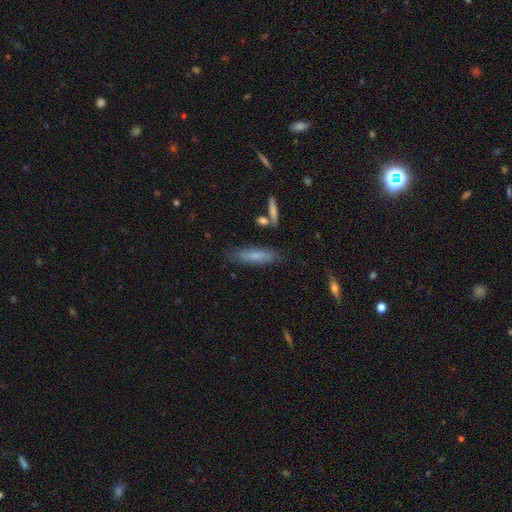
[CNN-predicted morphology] smooth_or_featured: smooth (p=0.67) [alt: featured or disk p=0.25]
how_rounded: cigar-shaped (p=0.66) [alt: in between p=0.32]
merging: none (p=0.76) [alt: minor disturbance p=0.16]